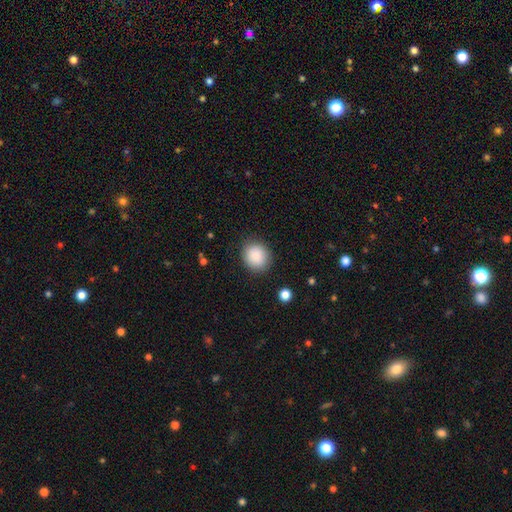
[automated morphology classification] Smooth or featured?
  - smooth: 88% *
  - star or artifact: 8%
  - featured or disk: 4%
How rounded?
  - round: 76% *
  - in between: 23%
  - cigar-shaped: 1%
Merging?
  - none: 86% *
  - minor disturbance: 9%
  - major disturbance: 3%
  - merger: 1%